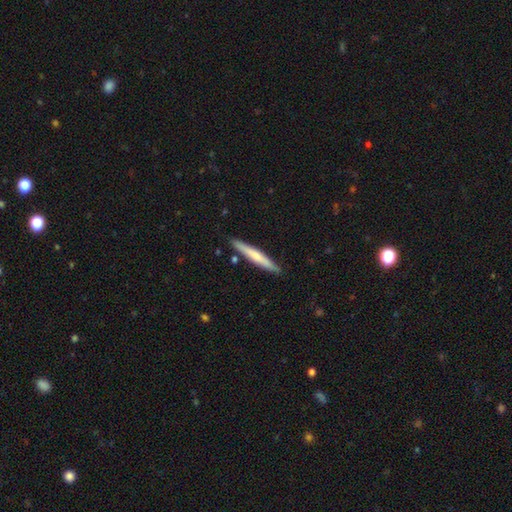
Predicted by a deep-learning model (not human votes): Smooth or featured?
  - smooth: 60% *
  - featured or disk: 35%
  - star or artifact: 5%
How rounded?
  - cigar-shaped: 95% *
  - in between: 3%
  - round: 1%
Merging?
  - none: 88% *
  - minor disturbance: 8%
  - merger: 2%
  - major disturbance: 2%